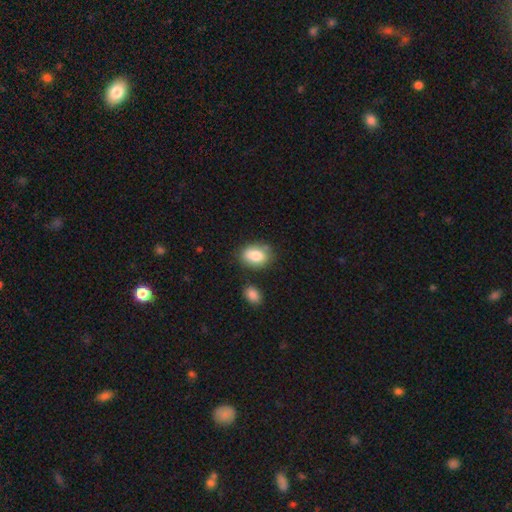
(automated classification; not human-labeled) Smooth or featured? smooth (83%)
How rounded? in between (77%)
Merging? none (72%)